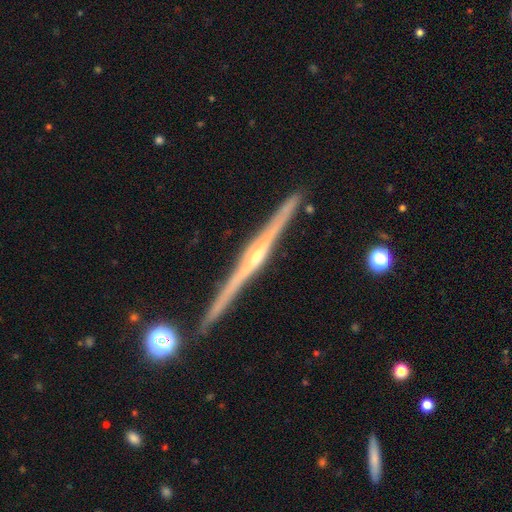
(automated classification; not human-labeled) The model was most divided on "edge-on bulge": rounded: 75%, none: 18%, boxy: 7%. More confident: edge-on disk — yes (99%); merging — none (90%); smooth or featured — featured or disk (87%).